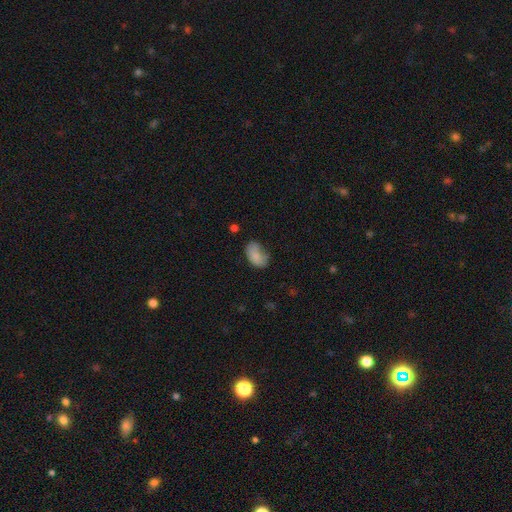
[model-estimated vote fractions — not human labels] Q: Smooth or featured?
A: smooth (81%); runner-up: featured or disk (11%)
Q: How rounded?
A: in between (90%); runner-up: round (8%)
Q: Merging?
A: none (51%); runner-up: minor disturbance (34%)